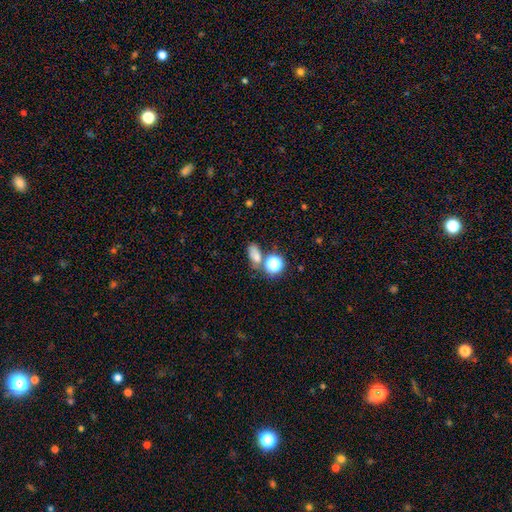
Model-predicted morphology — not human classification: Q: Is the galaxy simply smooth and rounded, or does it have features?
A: smooth — 68%.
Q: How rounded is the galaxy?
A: in between — 74%.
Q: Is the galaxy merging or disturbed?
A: none — 61%.